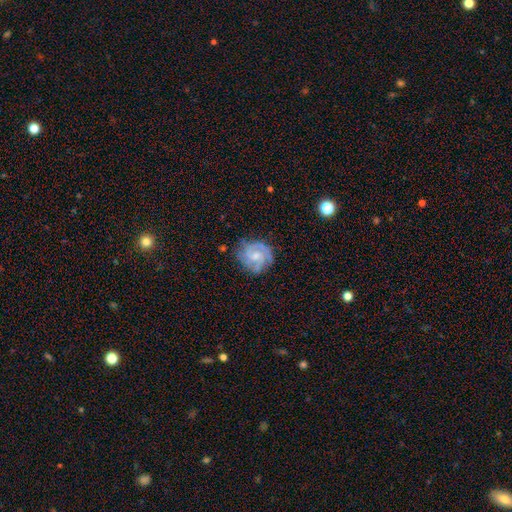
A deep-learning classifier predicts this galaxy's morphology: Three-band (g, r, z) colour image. It shows a featured or disk galaxy (82%) with no bar (54%), 2 (45%) tight (58%) spiral arms (96%) and a small central bulge (46%). Merging: none (75%).